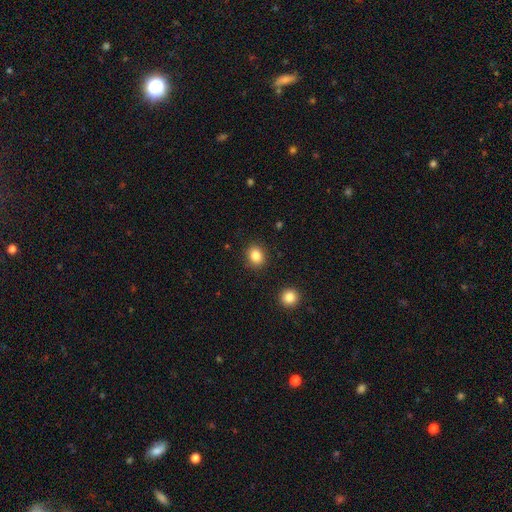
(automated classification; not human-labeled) Overall: smooth (85%). How rounded: round (62%; in between 37%). Merging: none (88%).